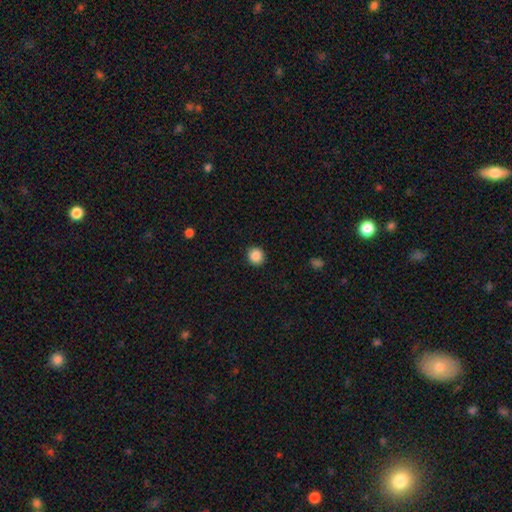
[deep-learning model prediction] Overall: smooth (88%). How rounded: round (90%). Merging: none (91%).